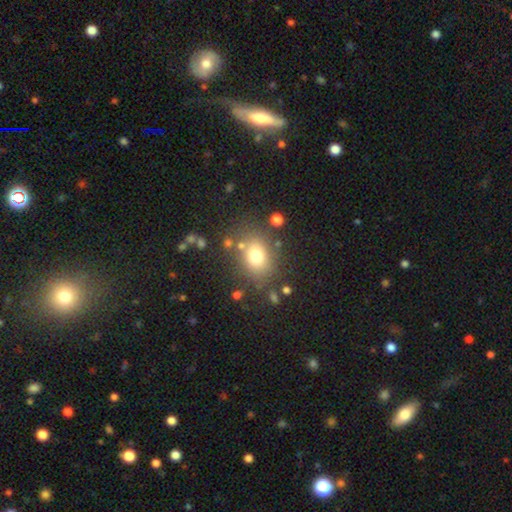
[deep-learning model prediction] smooth_or_featured: smooth (p=0.74) [alt: star or artifact p=0.14]
how_rounded: in between (p=0.51) [alt: round p=0.48]
merging: none (p=0.75) [alt: minor disturbance p=0.13]